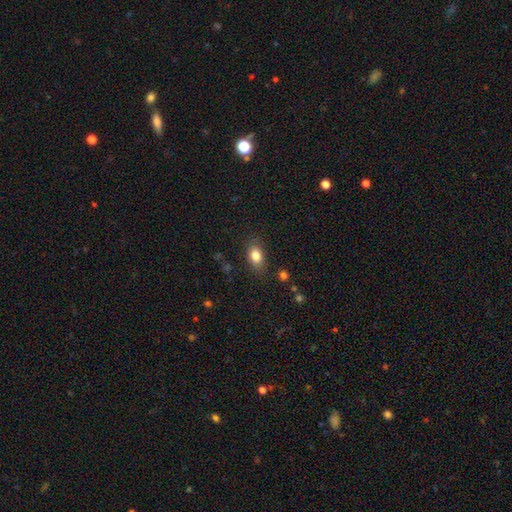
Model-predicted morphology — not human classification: smooth_or_featured: smooth (p=0.82) [alt: star or artifact p=0.09]
how_rounded: in between (p=0.79) [alt: round p=0.18]
merging: none (p=0.82) [alt: minor disturbance p=0.13]